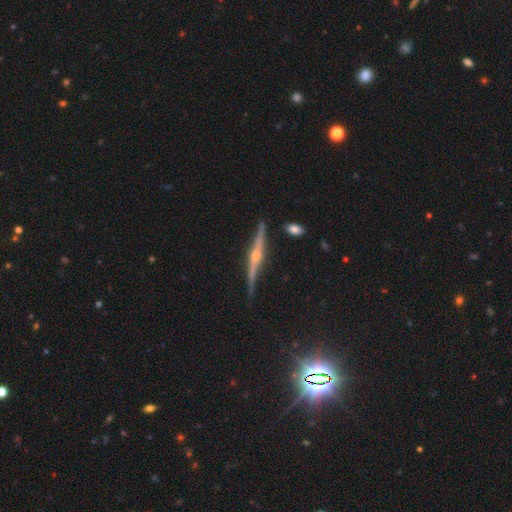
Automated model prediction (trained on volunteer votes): smooth-or-featured: featured or disk: 84% | smooth: 9% | star or artifact: 8%
  disk-edge-on: yes: 98% | no: 2%
    edge-on-bulge: rounded: 87% | none: 7% | boxy: 6%
  merging: none: 86% | minor disturbance: 10% | major disturbance: 2% | merger: 2%